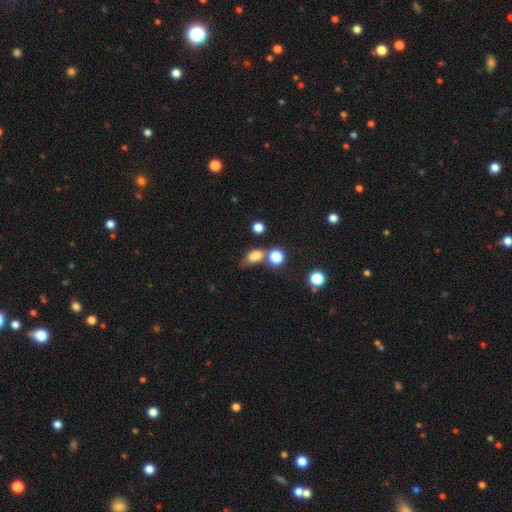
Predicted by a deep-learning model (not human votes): Smooth or featured? smooth (74%)
How rounded? in between (63%)
Merging? none (47%)